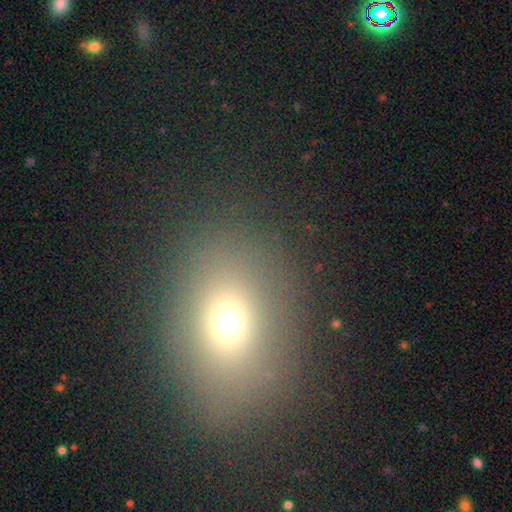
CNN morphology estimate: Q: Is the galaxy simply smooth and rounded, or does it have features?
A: smooth — 65%.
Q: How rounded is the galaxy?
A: in between — 49%, tied with round.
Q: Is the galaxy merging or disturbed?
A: none — 80%.